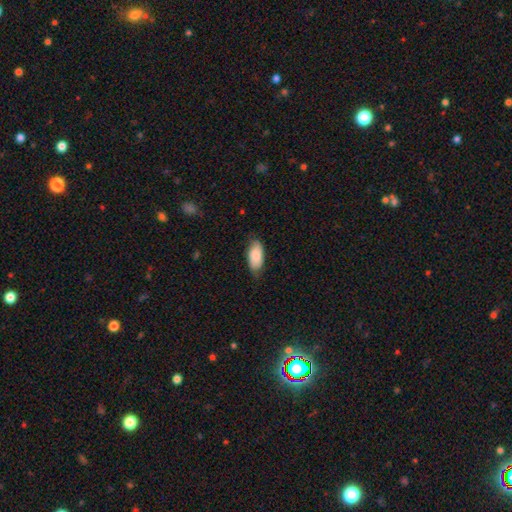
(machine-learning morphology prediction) Smooth or featured? Predicted: smooth (p=0.84). How rounded? Predicted: in between (p=0.91). Merging? Predicted: none (p=0.72).